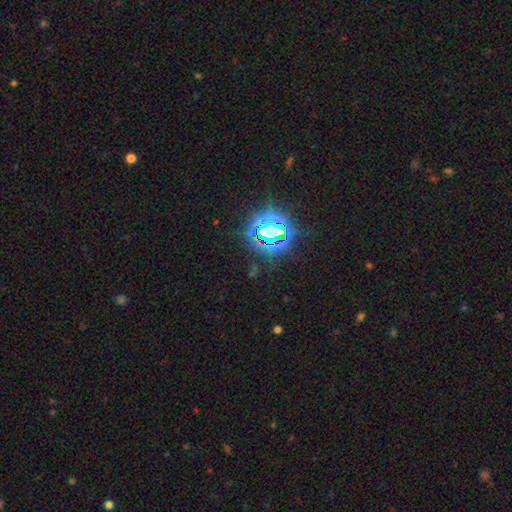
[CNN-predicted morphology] type=star or artifact (83%).